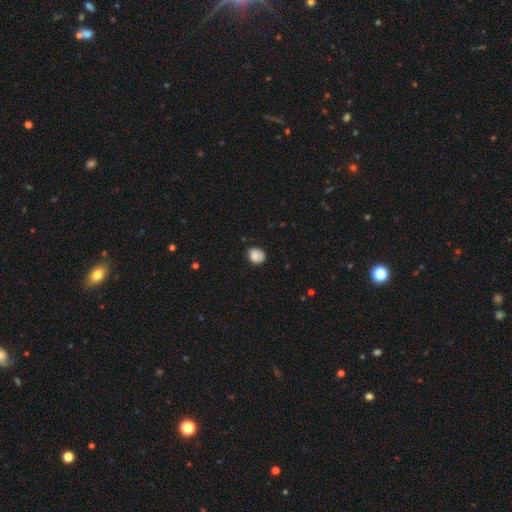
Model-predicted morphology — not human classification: A smooth galaxy with no disk features (83%) that is round (61%).

Vote fractions:
- Smooth or featured? smooth: 83% / featured or disk: 9% / star or artifact: 8%
- How rounded? round: 61% / in between: 38% / cigar-shaped: 1%
- Merging? none: 71% / minor disturbance: 23% / major disturbance: 5% / merger: 2%